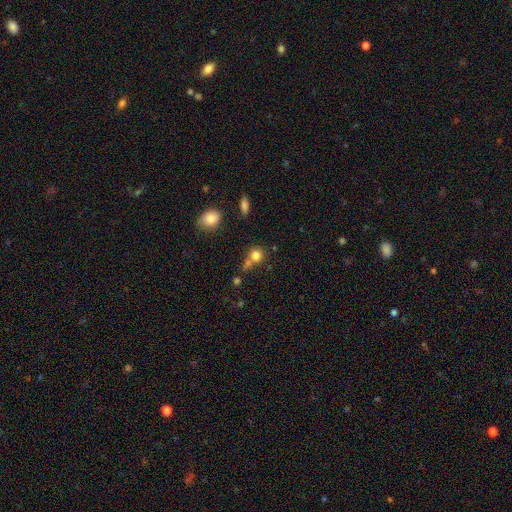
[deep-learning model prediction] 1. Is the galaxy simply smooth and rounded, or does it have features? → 78% smooth, 13% star or artifact, 9% featured or disk.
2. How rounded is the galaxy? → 88% round, 11% in between, 1% cigar-shaped.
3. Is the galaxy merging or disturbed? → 53% none, 30% merger, 11% minor disturbance, 6% major disturbance.